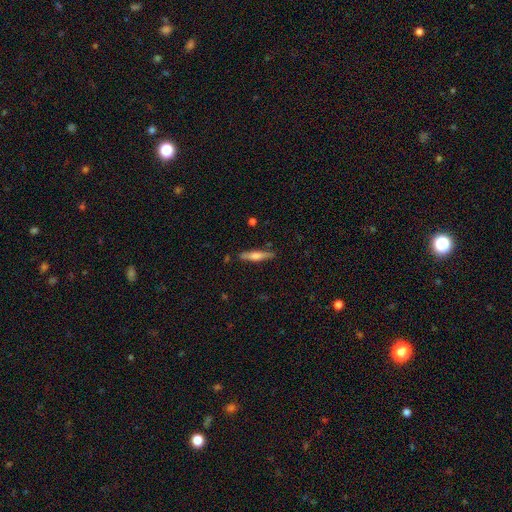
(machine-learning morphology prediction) smooth_or_featured: smooth (p=0.48) [alt: featured or disk p=0.46]
merging: none (p=0.86) [alt: minor disturbance p=0.10]